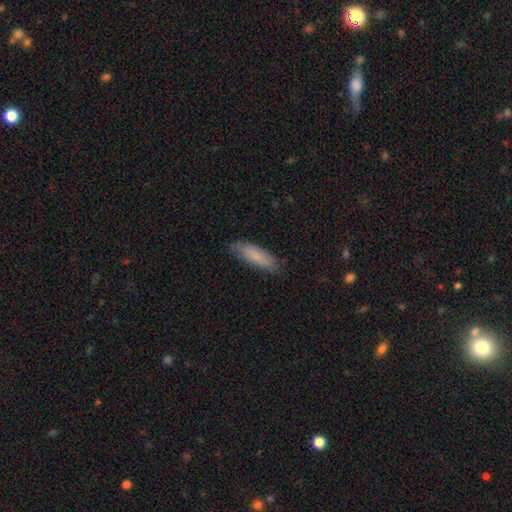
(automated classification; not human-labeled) Smooth or featured?
  - smooth: 82% *
  - featured or disk: 12%
  - star or artifact: 6%
How rounded?
  - in between: 50% *
  - cigar-shaped: 49%
  - round: 1%
Merging?
  - none: 79% *
  - minor disturbance: 17%
  - major disturbance: 3%
  - merger: 1%